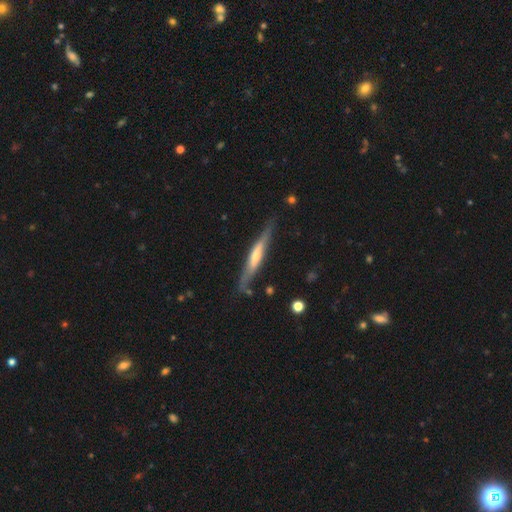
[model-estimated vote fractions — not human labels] Morphology: type=featured or disk (62%); edge-on=yes (91%); edge-on bulge=rounded (54%); merging=none (80%).